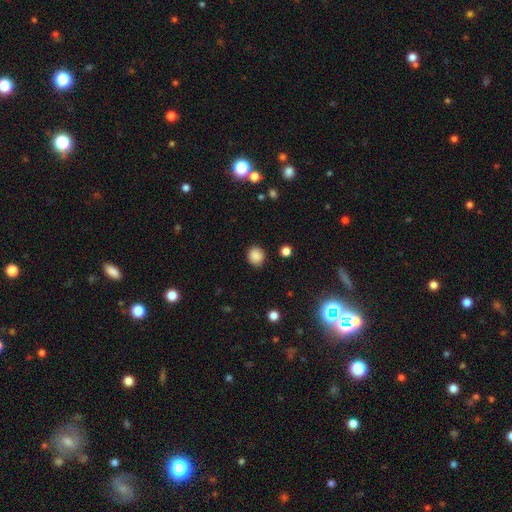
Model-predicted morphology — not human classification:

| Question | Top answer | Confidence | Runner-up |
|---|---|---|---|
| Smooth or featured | smooth | 86% | star or artifact (10%) |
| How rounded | round | 81% | in between (18%) |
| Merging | none | 87% | minor disturbance (9%) |